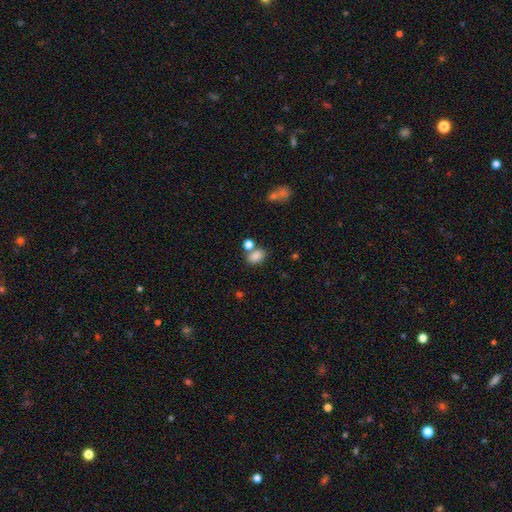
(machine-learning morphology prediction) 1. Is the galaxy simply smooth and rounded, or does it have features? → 83% smooth, 11% star or artifact, 6% featured or disk.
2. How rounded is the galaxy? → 77% in between, 21% round, 1% cigar-shaped.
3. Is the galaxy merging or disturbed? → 56% none, 26% merger, 12% minor disturbance, 5% major disturbance.